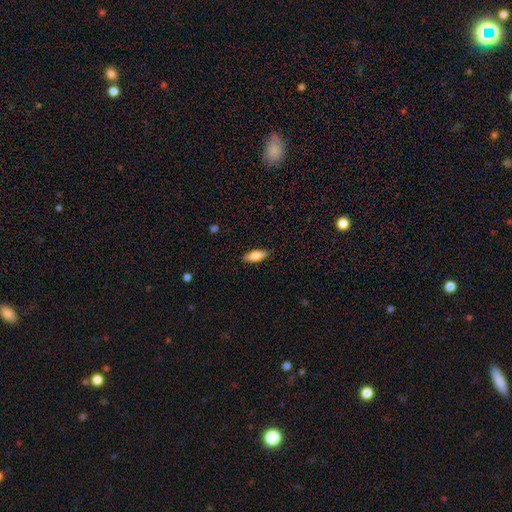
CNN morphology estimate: A smooth galaxy with no disk features (82%) that is in between round and cigar-shaped (74%). Merging: none (87%).